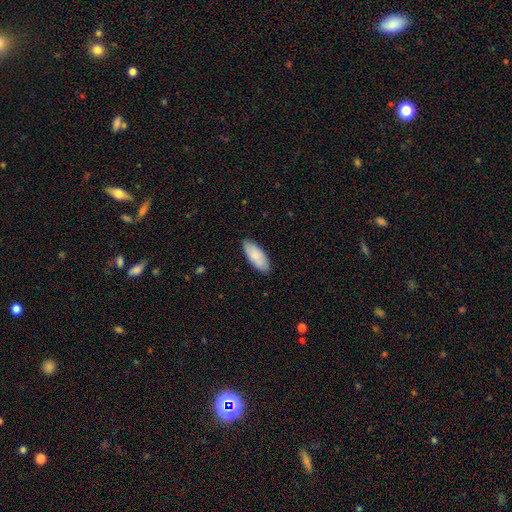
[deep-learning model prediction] A smooth galaxy with no disk features (86%) that is in between round and cigar-shaped (82%).

Vote fractions:
- Smooth or featured? smooth: 86% / featured or disk: 9% / star or artifact: 5%
- How rounded? in between: 82% / cigar-shaped: 16% / round: 2%
- Merging? none: 87% / minor disturbance: 10% / major disturbance: 2% / merger: 1%